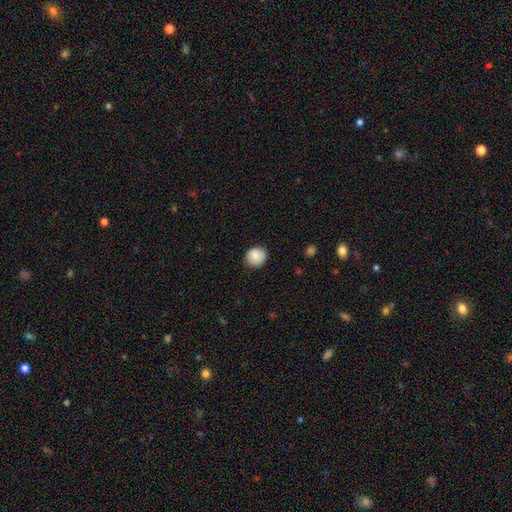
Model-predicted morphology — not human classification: The model was most divided on "how rounded": round: 83%, in between: 16%, cigar-shaped: 1%. More confident: smooth or featured — smooth (84%); merging — none (82%).